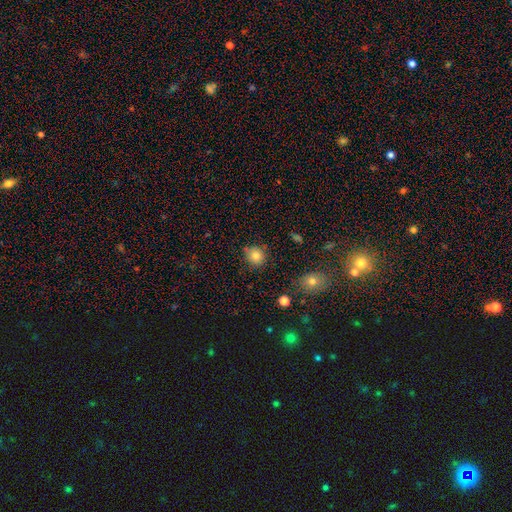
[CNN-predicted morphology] Smooth or featured?
  - smooth: 82% *
  - star or artifact: 11%
  - featured or disk: 7%
How rounded?
  - round: 87% *
  - in between: 12%
  - cigar-shaped: 1%
Merging?
  - none: 82% *
  - minor disturbance: 13%
  - merger: 3%
  - major disturbance: 3%